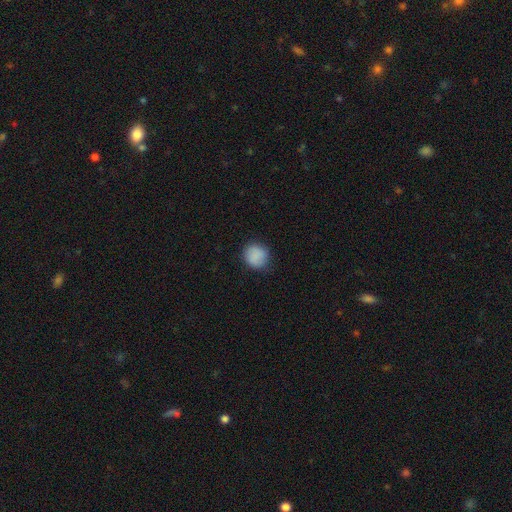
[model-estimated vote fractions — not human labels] smooth_or_featured: smooth (p=0.87) [alt: star or artifact p=0.08]
how_rounded: round (p=0.86) [alt: in between p=0.13]
merging: none (p=0.84) [alt: minor disturbance p=0.12]